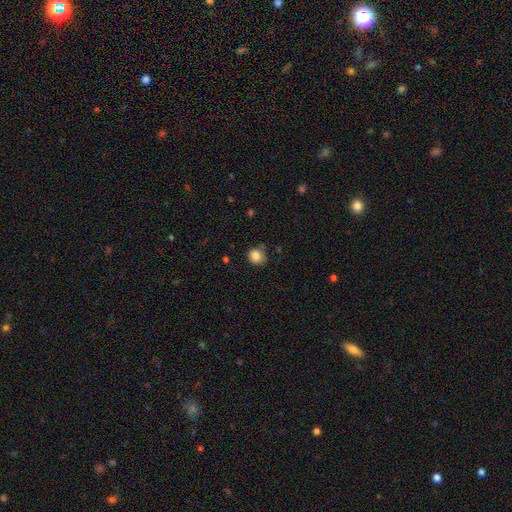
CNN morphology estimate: A smooth galaxy with no disk features (83%) that is round (72%).

Vote fractions:
- Smooth or featured? smooth: 83% / star or artifact: 10% / featured or disk: 6%
- How rounded? round: 72% / in between: 27% / cigar-shaped: 1%
- Merging? none: 71% / minor disturbance: 21% / major disturbance: 5% / merger: 3%